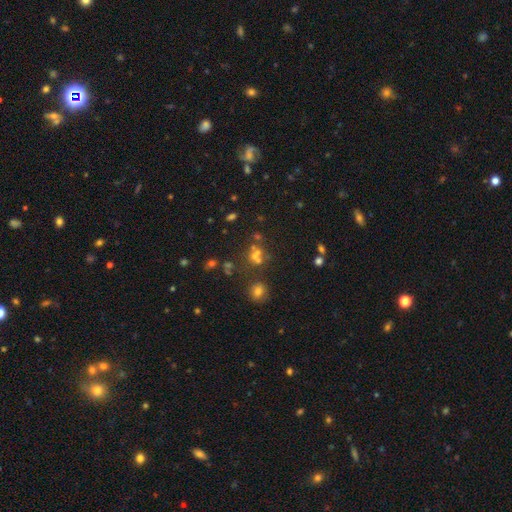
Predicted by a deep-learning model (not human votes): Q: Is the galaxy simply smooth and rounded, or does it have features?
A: star or artifact — 46%.